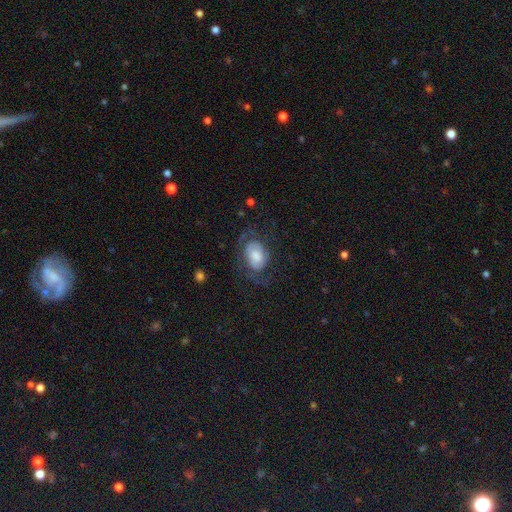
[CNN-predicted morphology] Smooth or featured? featured or disk (53%)
Edge-on disk? no (96%)
Bar? no (63%)
Spiral arms? yes (78%)
Bulge size? moderate (37%)
Merging? none (54%)